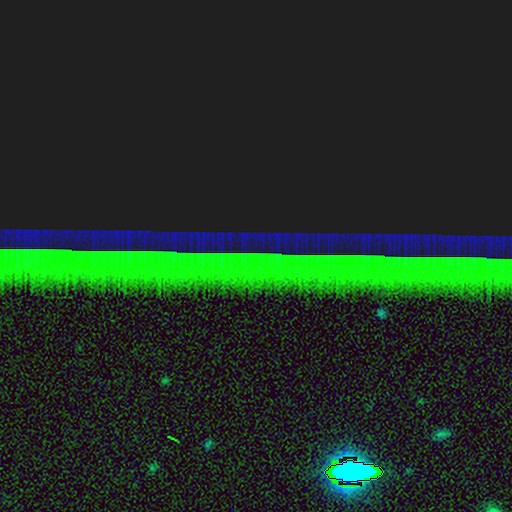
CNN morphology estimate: A star or artifact, not a galaxy (86%).